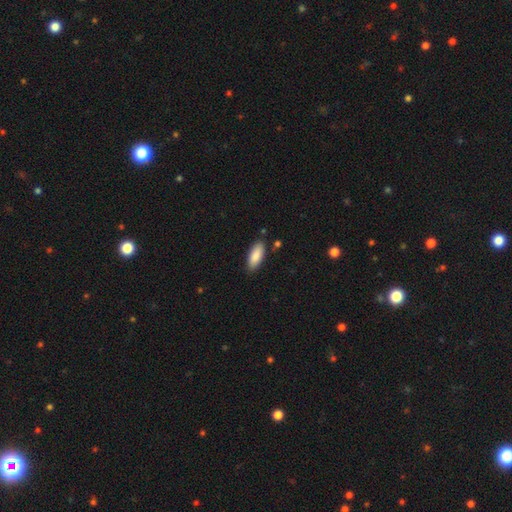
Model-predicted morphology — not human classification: The model was most divided on "how rounded": in between: 81%, cigar-shaped: 18%, round: 2%. More confident: smooth or featured — smooth (88%); merging — none (84%).